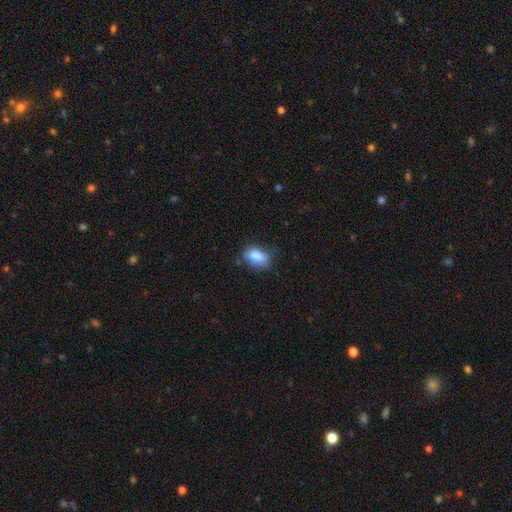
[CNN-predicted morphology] This is clearly a smooth galaxy (81%). How rounded: likely in between (80%). Merging: possibly none (54%).